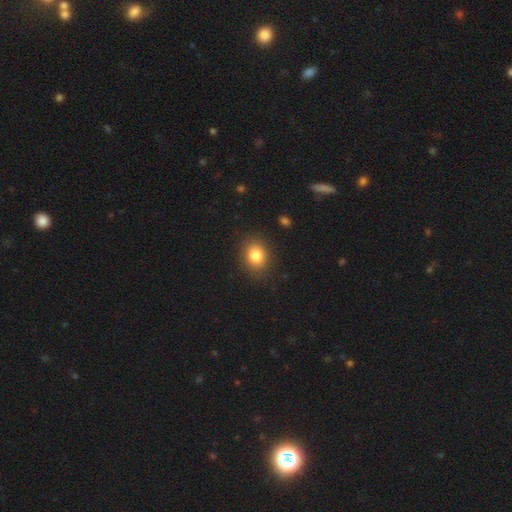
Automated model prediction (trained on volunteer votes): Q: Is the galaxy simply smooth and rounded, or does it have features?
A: smooth — 82%.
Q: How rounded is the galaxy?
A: round — 54%.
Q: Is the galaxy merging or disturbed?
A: none — 87%.